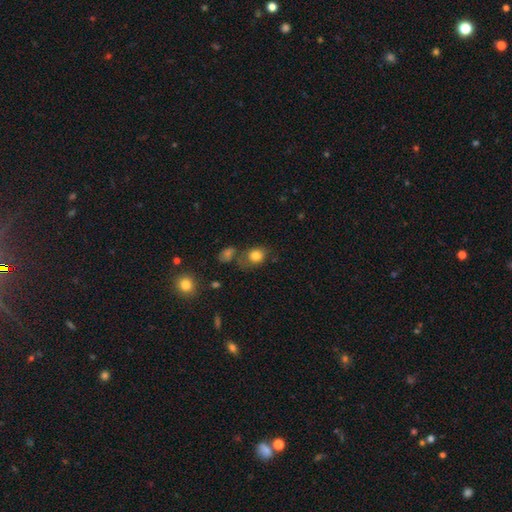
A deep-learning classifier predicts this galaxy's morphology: A smooth galaxy with no disk features (81%) that is round (53%).

Vote fractions:
- Smooth or featured? smooth: 81% / star or artifact: 10% / featured or disk: 9%
- How rounded? round: 53% / in between: 46% / cigar-shaped: 1%
- Merging? none: 59% / minor disturbance: 21% / merger: 12% / major disturbance: 8%